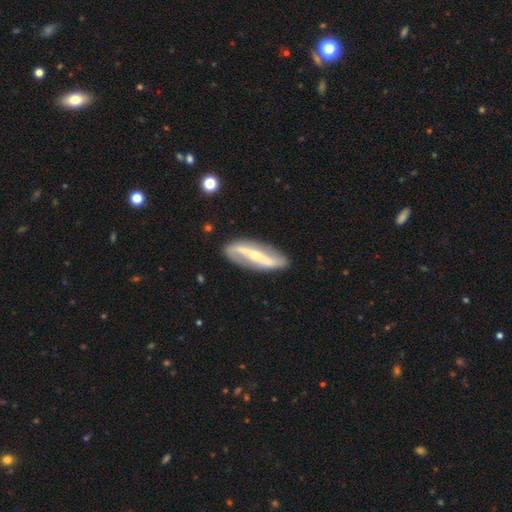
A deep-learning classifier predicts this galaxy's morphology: Smooth or featured? Predicted: featured or disk (p=0.83). Edge-on disk? Predicted: no (p=0.78). Bar? Predicted: strong (p=0.70). Spiral arms? Predicted: yes (p=0.83). Spiral winding? Predicted: loose (p=0.59). Spiral arm count? Predicted: 2 (p=0.89). Bulge size? Predicted: small (p=0.60). Merging? Predicted: none (p=0.83).